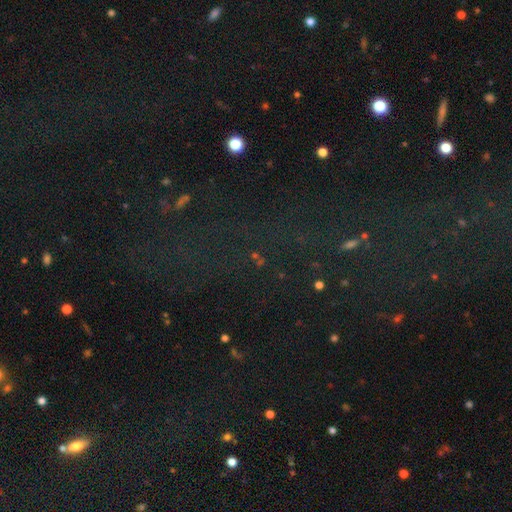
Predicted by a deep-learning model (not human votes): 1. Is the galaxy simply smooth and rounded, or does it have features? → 68% star or artifact, 20% smooth, 12% featured or disk.